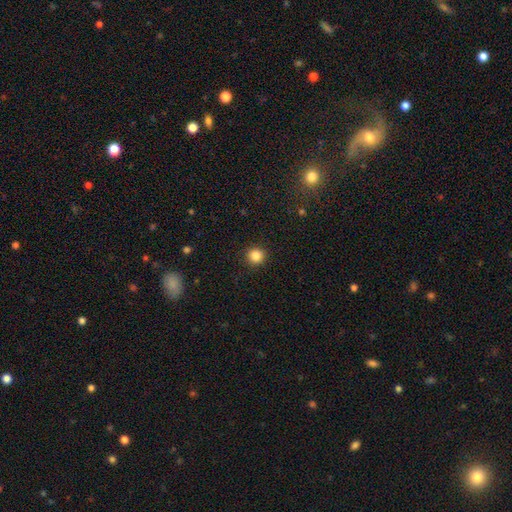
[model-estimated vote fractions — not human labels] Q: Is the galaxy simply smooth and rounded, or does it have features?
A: smooth — 85%.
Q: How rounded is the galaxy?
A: round — 94%.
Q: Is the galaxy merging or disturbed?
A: none — 92%.